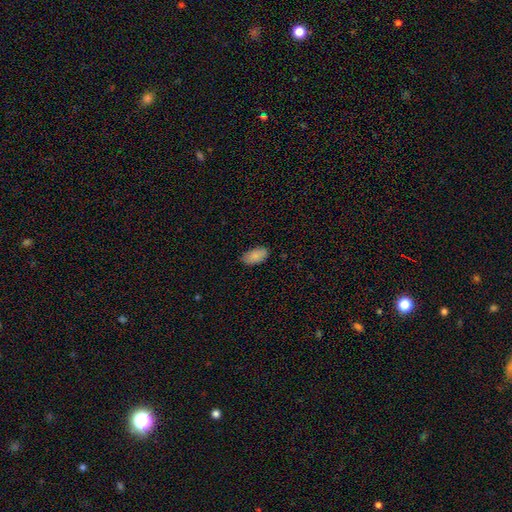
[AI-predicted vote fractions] This appears to be a smooth galaxy with no disk features (86%) that is in between round and cigar-shaped (94%). Merging: none (85%).